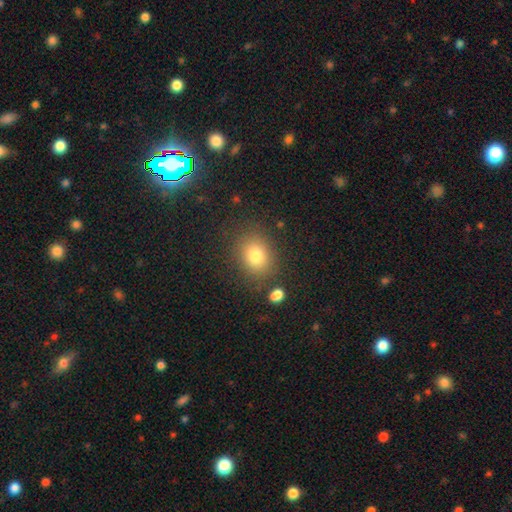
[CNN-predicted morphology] This is likely a smooth galaxy (78%). How rounded: possibly round (55%). Merging: clearly none (82%).